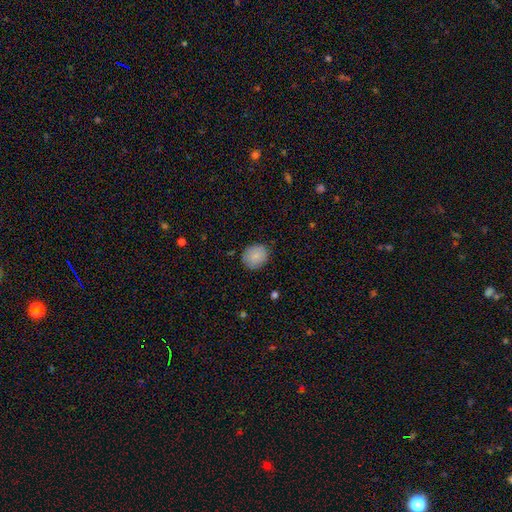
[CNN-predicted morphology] Smooth or featured? Predicted: smooth (p=0.86). How rounded? Predicted: round (p=0.72). Merging? Predicted: none (p=0.84).